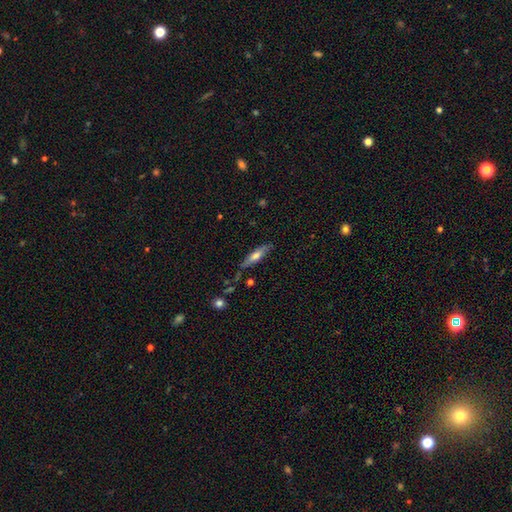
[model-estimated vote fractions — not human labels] Smooth or featured? Predicted: smooth (p=0.57). How rounded? Predicted: cigar-shaped (p=0.70). Merging? Predicted: none (p=0.72).